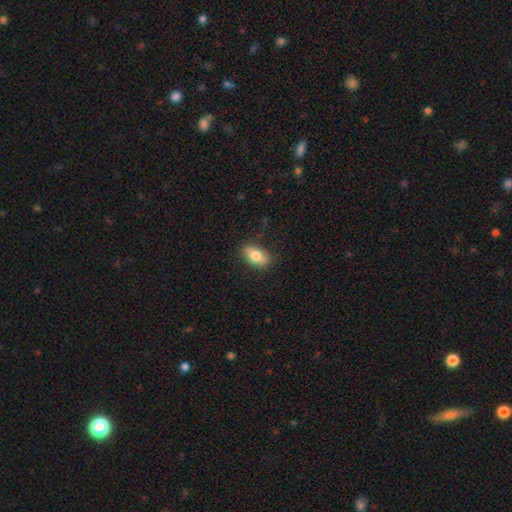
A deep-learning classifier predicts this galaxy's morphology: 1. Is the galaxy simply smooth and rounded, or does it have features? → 75% smooth, 18% featured or disk, 7% star or artifact.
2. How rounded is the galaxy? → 88% in between, 7% round, 5% cigar-shaped.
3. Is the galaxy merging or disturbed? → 82% none, 14% minor disturbance, 3% major disturbance, 1% merger.